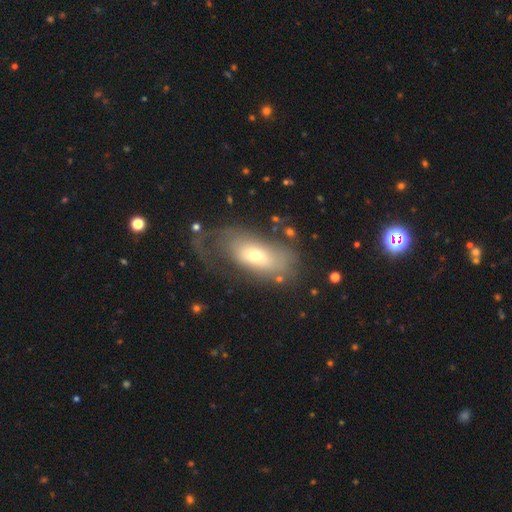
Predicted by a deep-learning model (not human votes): Overall: smooth (49%; featured or disk 42%). Merging: none (37%, tied with major disturbance).